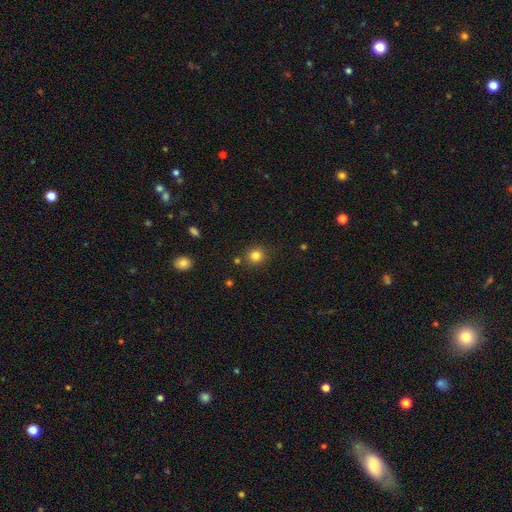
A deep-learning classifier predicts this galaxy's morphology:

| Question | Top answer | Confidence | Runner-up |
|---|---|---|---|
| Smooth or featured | smooth | 82% | star or artifact (13%) |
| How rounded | round | 89% | in between (10%) |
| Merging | none | 85% | minor disturbance (8%) |